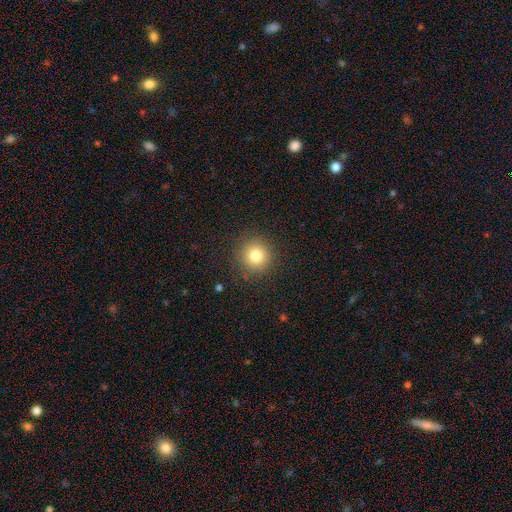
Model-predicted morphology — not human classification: This appears to be a smooth galaxy with no disk features (80%) that is round (94%). Merging: none (89%).